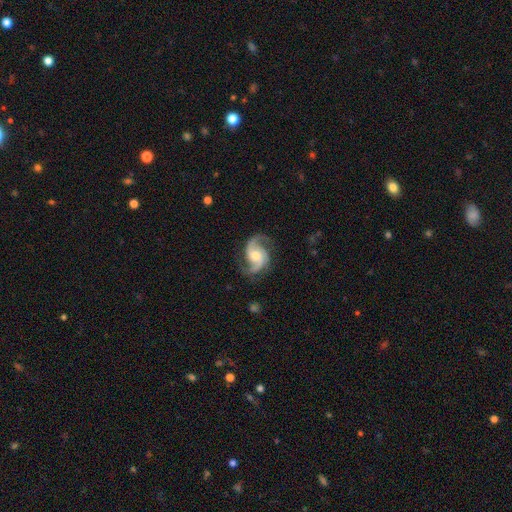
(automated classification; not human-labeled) Smooth or featured? featured or disk (91%)
Edge-on disk? no (98%)
Bar? no (58%)
Spiral arms? yes (98%)
Spiral winding? medium (55%)
Spiral arm count? 2 (88%)
Bulge size? moderate (58%)
Merging? none (76%)